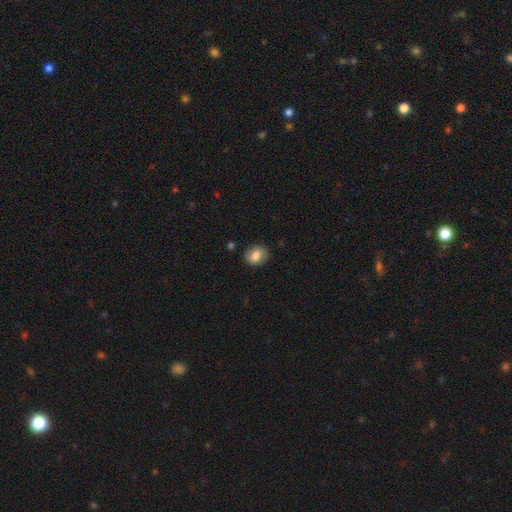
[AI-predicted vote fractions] A smooth galaxy with no disk features (79%) that is round (61%). Merging: none (84%).